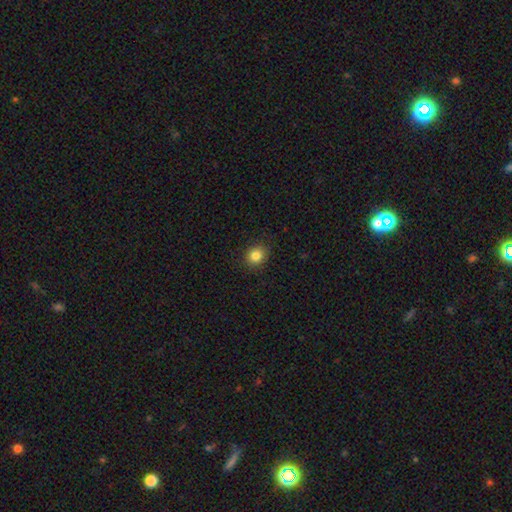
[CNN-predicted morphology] This appears to be a smooth galaxy with no disk features (84%) that is round (68%). Merging: none (88%).